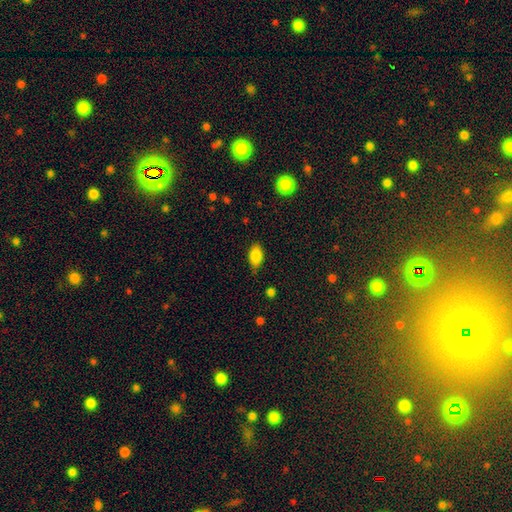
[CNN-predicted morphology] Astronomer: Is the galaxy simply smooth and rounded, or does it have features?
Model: smooth — 85%.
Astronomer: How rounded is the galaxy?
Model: in between — 90%.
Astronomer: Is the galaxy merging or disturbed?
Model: none — 76%.